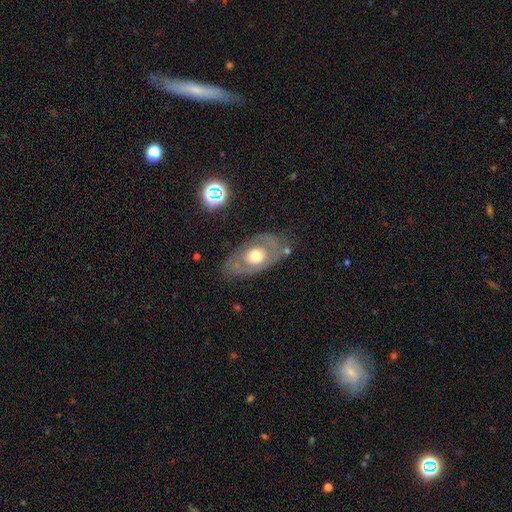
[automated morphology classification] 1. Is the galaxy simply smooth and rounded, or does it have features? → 65% featured or disk, 29% smooth, 6% star or artifact.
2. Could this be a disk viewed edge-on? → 90% no, 10% yes.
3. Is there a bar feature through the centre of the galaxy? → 87% no, 10% weak, 3% strong.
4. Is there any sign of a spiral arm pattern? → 66% no, 34% yes.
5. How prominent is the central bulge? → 61% moderate, 26% large, 10% small, 2% dominant, 1% none.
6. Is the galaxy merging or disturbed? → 72% none, 17% minor disturbance, 8% major disturbance, 3% merger.